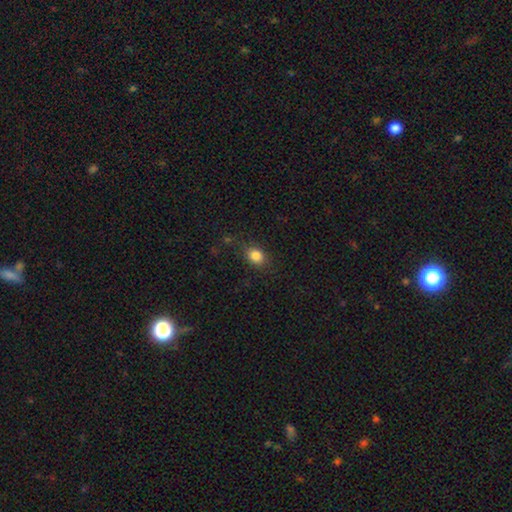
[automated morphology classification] Overall: smooth (84%). How rounded: round (51%; in between 47%). Merging: none (79%).